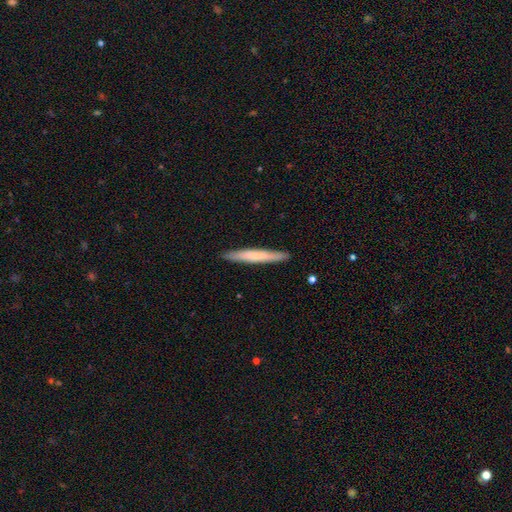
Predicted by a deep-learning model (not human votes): Morphology: type=smooth (64%); roundness=cigar-shaped (96%); merging=none (91%).